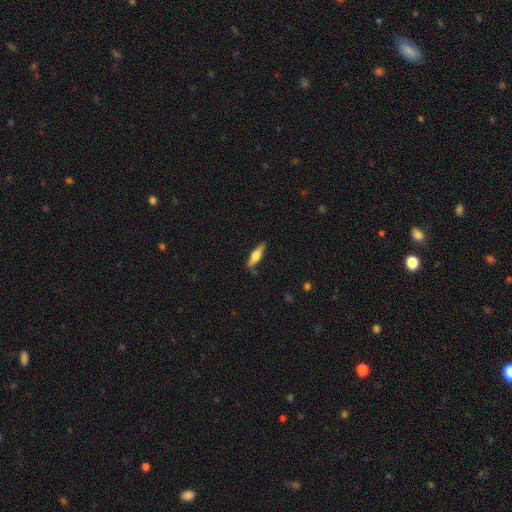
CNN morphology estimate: Q: Smooth or featured?
A: featured or disk (53%); runner-up: smooth (41%)
Q: Edge-on disk?
A: yes (94%); runner-up: no (6%)
Q: Merging?
A: none (81%); runner-up: minor disturbance (15%)